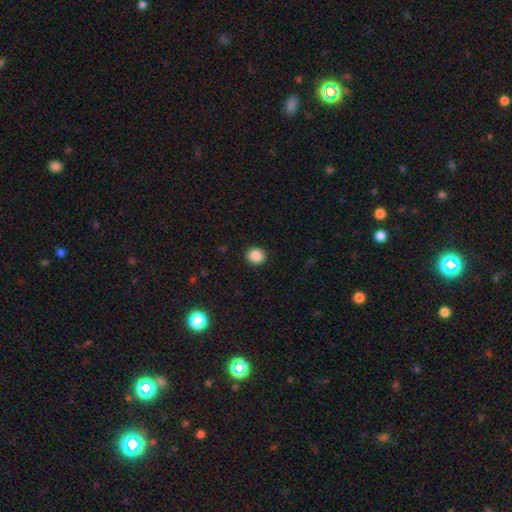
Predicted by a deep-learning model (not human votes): Morphology: type=smooth (88%); roundness=round (89%); merging=none (92%).